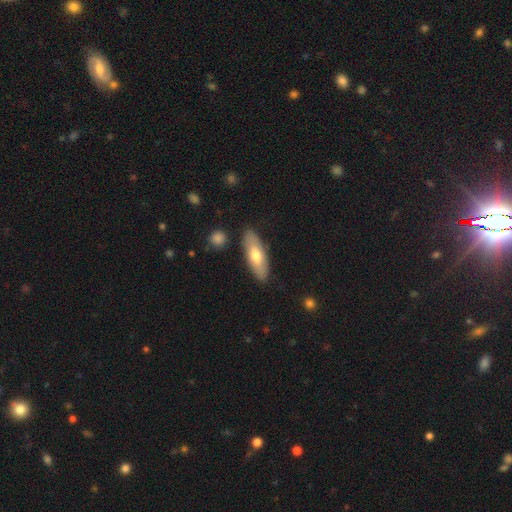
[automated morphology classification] Smooth or featured? Predicted: smooth (p=0.63). How rounded? Predicted: in between (p=0.67). Merging? Predicted: none (p=0.84).